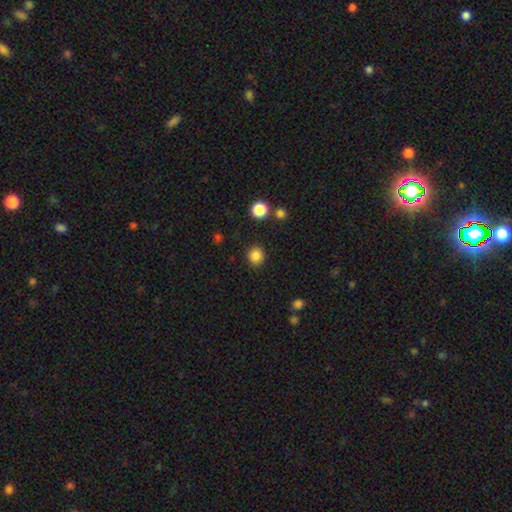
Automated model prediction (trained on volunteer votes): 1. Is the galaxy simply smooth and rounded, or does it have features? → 85% smooth, 11% star or artifact, 4% featured or disk.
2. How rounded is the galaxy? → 89% round, 10% in between, 1% cigar-shaped.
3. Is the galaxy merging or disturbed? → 90% none, 6% minor disturbance, 2% major disturbance, 1% merger.